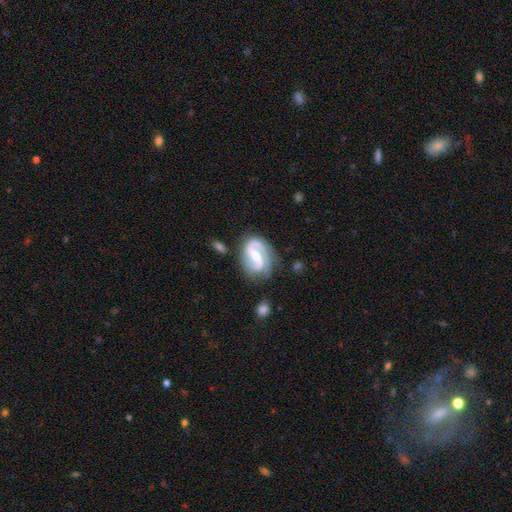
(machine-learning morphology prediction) type=featured or disk (86%); edge-on=no (97%); bar=strong (45%); spiral arms=yes (95%); winding=medium (46%); arm count=2 (83%); bulge=moderate (49%); merging=none (66%).